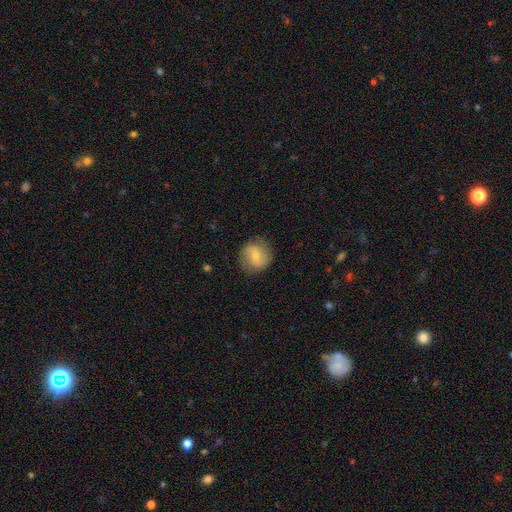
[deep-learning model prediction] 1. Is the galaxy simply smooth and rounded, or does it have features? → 50% featured or disk, 43% smooth, 7% star or artifact.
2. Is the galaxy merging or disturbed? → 80% none, 14% minor disturbance, 5% major disturbance, 1% merger.